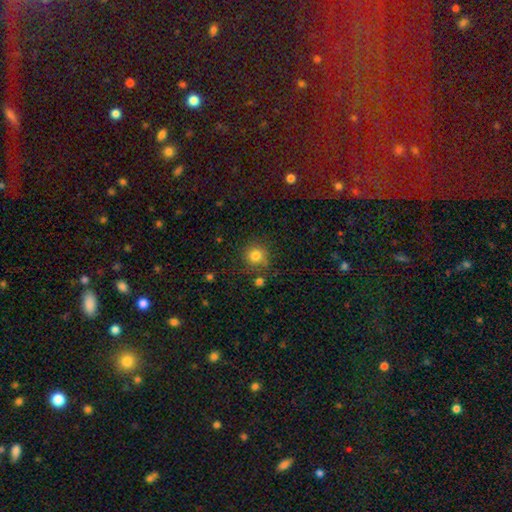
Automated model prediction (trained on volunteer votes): smooth 80%, star or artifact 13%, featured or disk 7%. Down the decision tree: how rounded — round (91%); merging — none (76%).